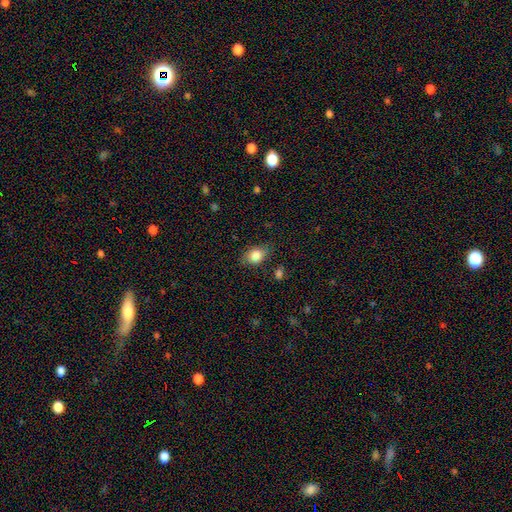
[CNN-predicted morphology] smooth 83%, featured or disk 9%, star or artifact 8%. Down the decision tree: how rounded — in between (77%); merging — none (74%).